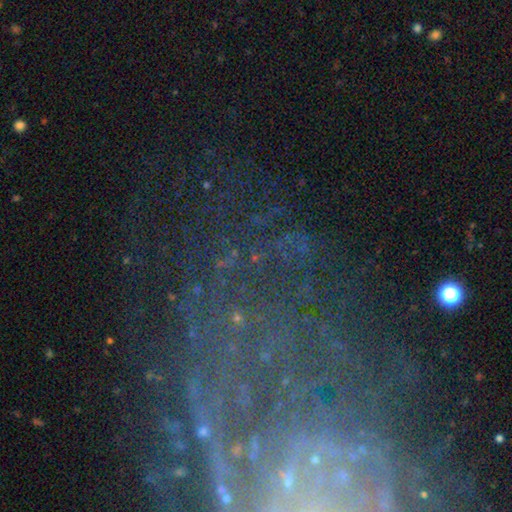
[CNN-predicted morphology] Overall: featured or disk (45%; star or artifact 41%). Merging: none (66%).